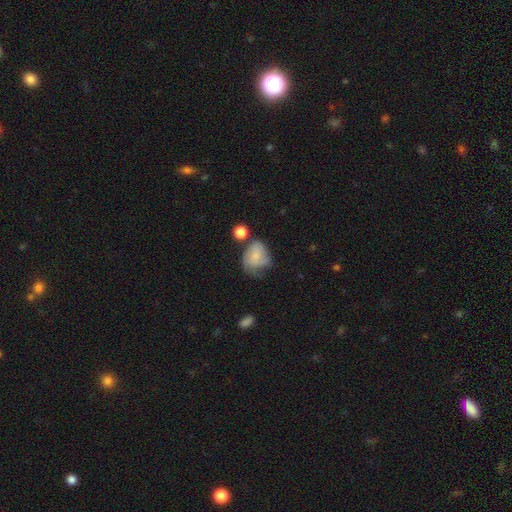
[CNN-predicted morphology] Smooth or featured? Predicted: smooth (p=0.62). How rounded? Predicted: round (p=0.50). Merging? Predicted: minor disturbance (p=0.34).